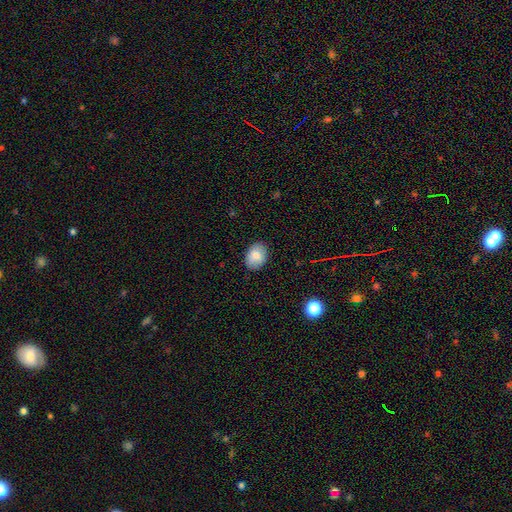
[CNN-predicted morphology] This appears to be a smooth galaxy with no disk features (83%) that is in between round and cigar-shaped (75%). Merging: none (84%).